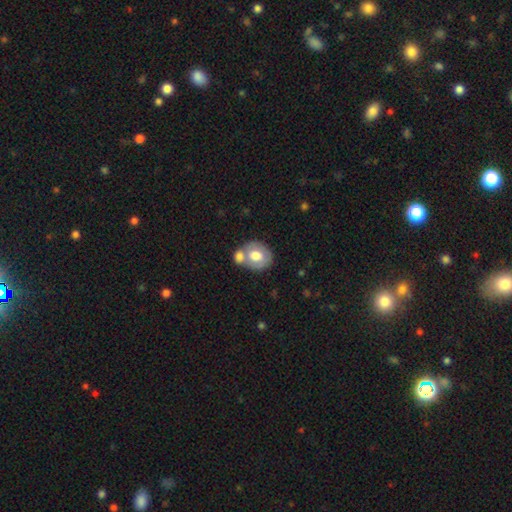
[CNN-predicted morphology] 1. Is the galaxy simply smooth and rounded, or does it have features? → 61% smooth, 33% featured or disk, 6% star or artifact.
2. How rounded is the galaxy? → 56% round, 43% in between, 1% cigar-shaped.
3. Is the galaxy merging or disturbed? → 44% merger, 39% none, 12% minor disturbance, 5% major disturbance.